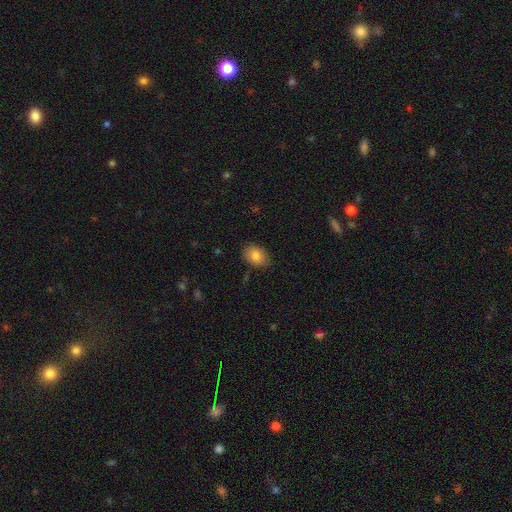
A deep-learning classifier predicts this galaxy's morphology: This is clearly a smooth galaxy (83%). How rounded: likely in between (75%). Merging: likely none (79%).